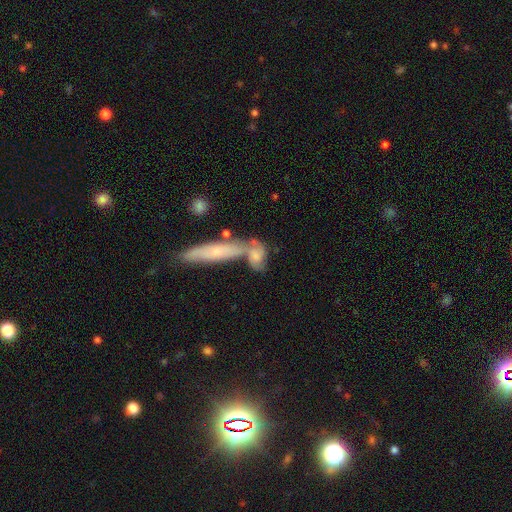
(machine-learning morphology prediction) smooth-or-featured: featured or disk: 46% (tied) | smooth: 46% (tied) | star or artifact: 8%
  merging: merger: 50% | none: 29% | minor disturbance: 13% | major disturbance: 8%